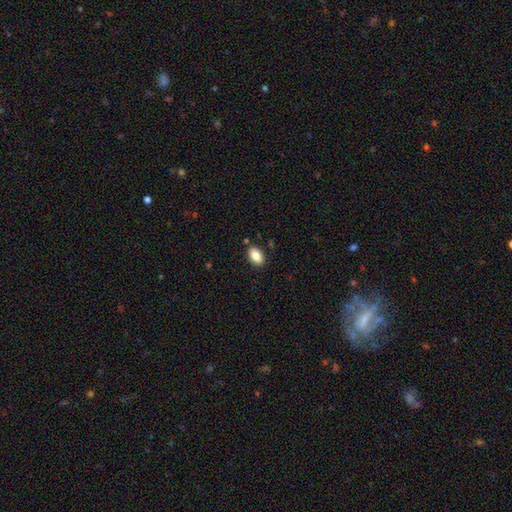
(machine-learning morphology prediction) This is clearly a smooth galaxy (84%). How rounded: clearly in between (91%). Merging: clearly none (86%).